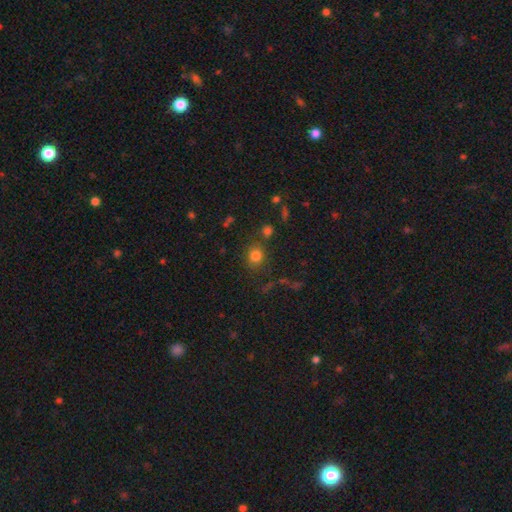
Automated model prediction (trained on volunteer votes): smooth-or-featured: smooth: 79% | star or artifact: 14% | featured or disk: 7%
  how-rounded: round: 67% | in between: 32% | cigar-shaped: 1%
  merging: none: 74% | minor disturbance: 12% | merger: 8% | major disturbance: 5%